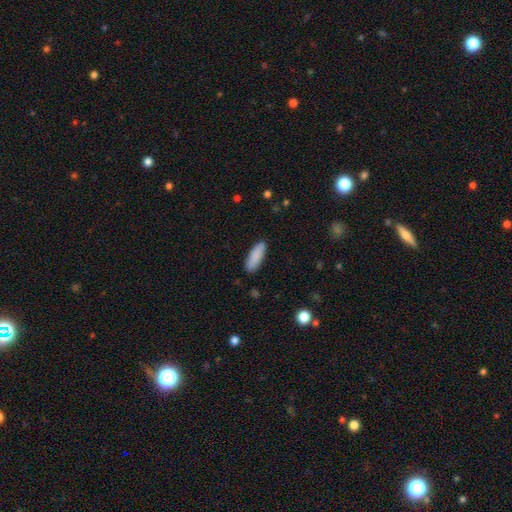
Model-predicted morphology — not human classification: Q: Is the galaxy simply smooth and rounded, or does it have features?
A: smooth — 88%.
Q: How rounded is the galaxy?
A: in between — 59%.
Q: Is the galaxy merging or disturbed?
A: none — 87%.